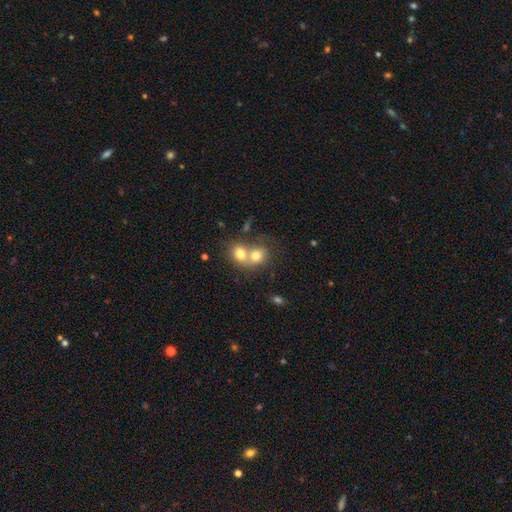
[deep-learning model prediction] Smooth or featured? smooth (71%)
How rounded? round (62%)
Merging? merger (70%)